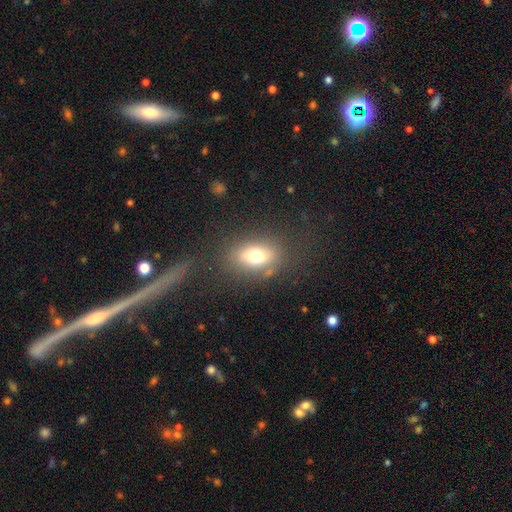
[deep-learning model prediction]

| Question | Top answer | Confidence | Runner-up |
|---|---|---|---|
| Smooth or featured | smooth | 70% | featured or disk (18%) |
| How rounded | in between | 77% | round (20%) |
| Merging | none | 77% | minor disturbance (14%) |